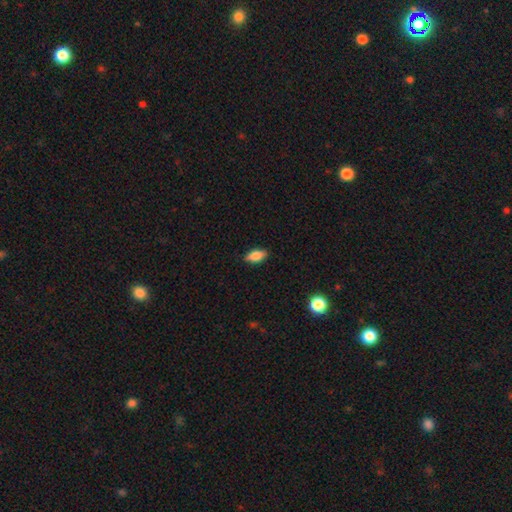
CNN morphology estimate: smooth 82%, featured or disk 10%, star or artifact 7%. Down the decision tree: how rounded — in between (86%); merging — none (86%).